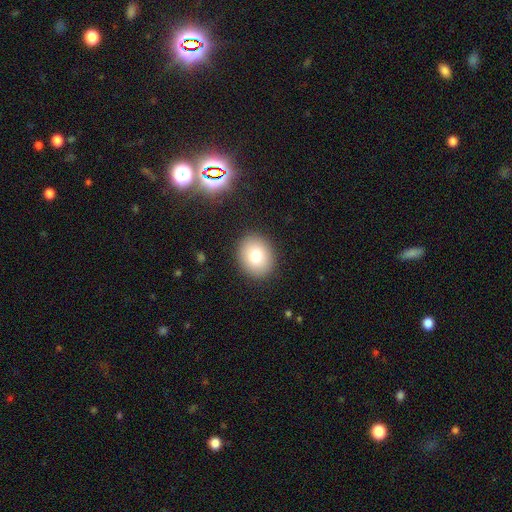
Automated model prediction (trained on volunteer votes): A smooth galaxy with no disk features (78%) that is round (60%). Merging: none (89%).